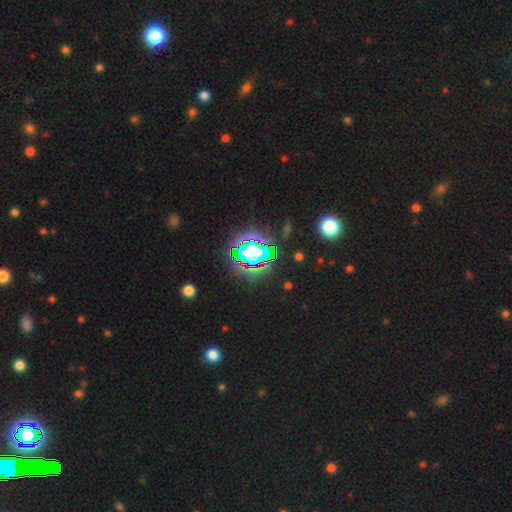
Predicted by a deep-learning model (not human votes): Morphology: type=star or artifact (82%).